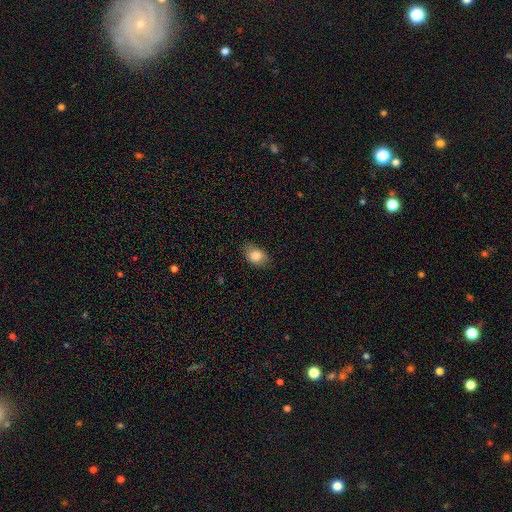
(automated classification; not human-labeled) A smooth galaxy with no disk features (82%) that is in between round and cigar-shaped (78%).

Vote fractions:
- Smooth or featured? smooth: 82% / featured or disk: 9% / star or artifact: 8%
- How rounded? in between: 78% / round: 21% / cigar-shaped: 1%
- Merging? none: 79% / minor disturbance: 17% / major disturbance: 3% / merger: 1%